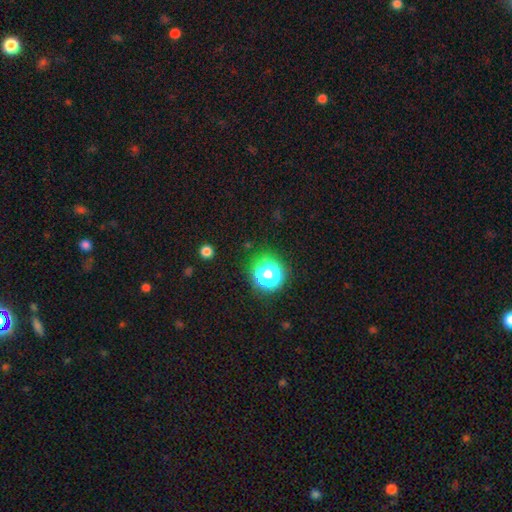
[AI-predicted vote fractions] Smooth or featured? star or artifact (71%)